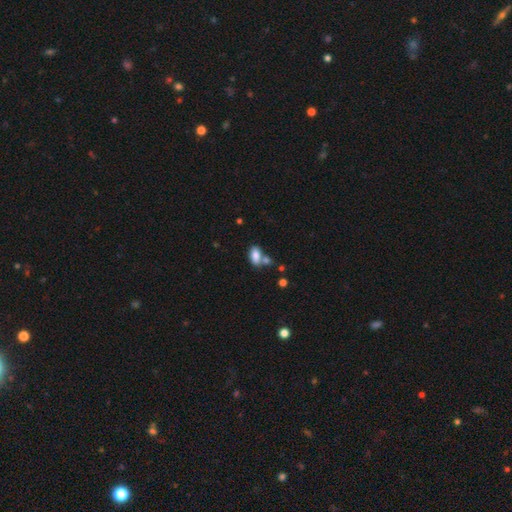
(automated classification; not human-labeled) smooth-or-featured: smooth: 82% | featured or disk: 9% | star or artifact: 9%
  how-rounded: in between: 90% | round: 5% | cigar-shaped: 4%
  merging: none: 48% | merger: 33% | minor disturbance: 14% | major disturbance: 5%